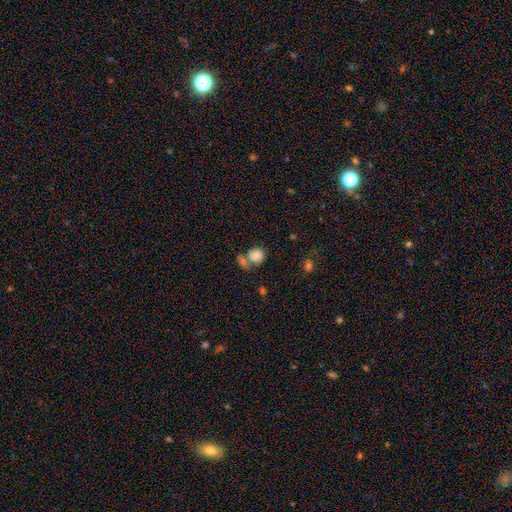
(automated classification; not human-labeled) The model was most divided on "merging": merger: 43%, none: 38%, minor disturbance: 12%, major disturbance: 7%. More confident: smooth or featured — smooth (82%); how rounded — round (74%).